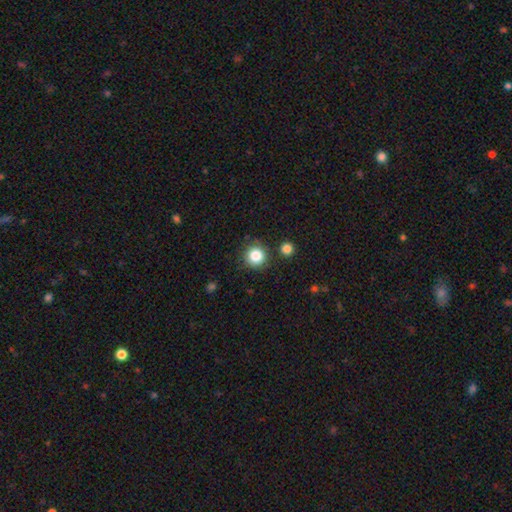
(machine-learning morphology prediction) Smooth or featured? smooth (84%)
How rounded? round (93%)
Merging? none (85%)